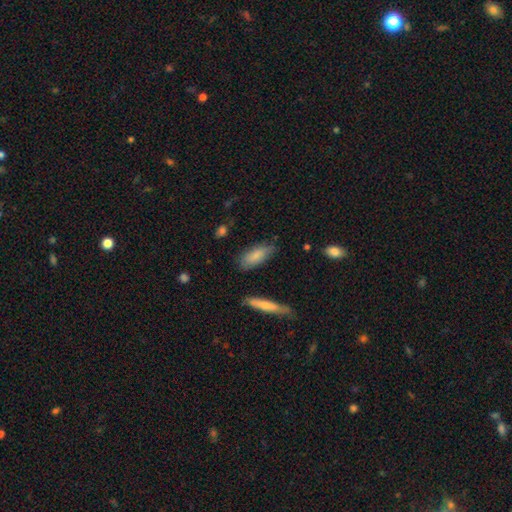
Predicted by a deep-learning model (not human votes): The model was most divided on "how rounded": in between: 69%, cigar-shaped: 29%, round: 2%. More confident: smooth or featured — smooth (80%); merging — none (74%).